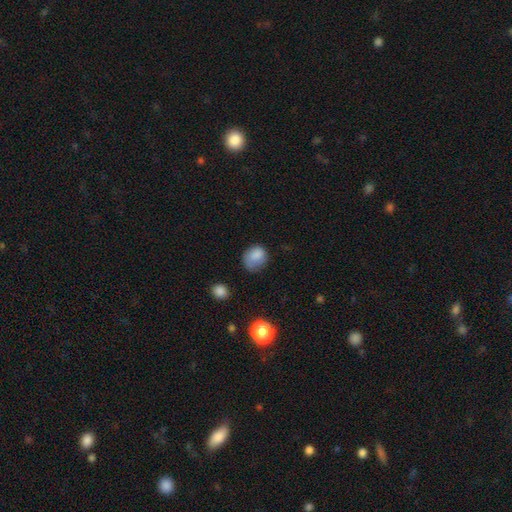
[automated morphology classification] type=smooth (83%); roundness=round (64%); merging=none (53%).